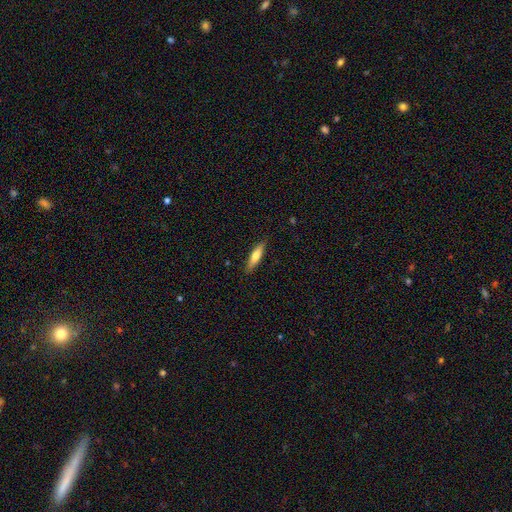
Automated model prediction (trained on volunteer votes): Smooth or featured?
  - smooth: 65% *
  - featured or disk: 29%
  - star or artifact: 6%
How rounded?
  - cigar-shaped: 75% *
  - in between: 24%
  - round: 2%
Merging?
  - none: 87% *
  - minor disturbance: 10%
  - major disturbance: 2%
  - merger: 1%